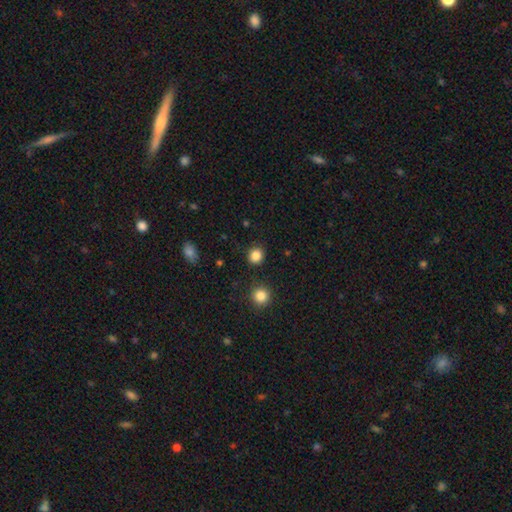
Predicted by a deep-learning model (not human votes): A smooth galaxy with no disk features (85%) that is round (83%).

Vote fractions:
- Smooth or featured? smooth: 85% / star or artifact: 11% / featured or disk: 3%
- How rounded? round: 83% / in between: 16% / cigar-shaped: 1%
- Merging? none: 89% / minor disturbance: 6% / major disturbance: 2% / merger: 2%